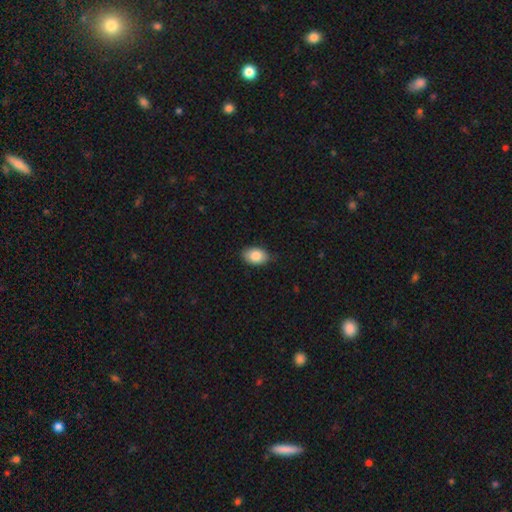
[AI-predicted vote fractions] A smooth galaxy with no disk features (85%) that is in between round and cigar-shaped (87%).

Vote fractions:
- Smooth or featured? smooth: 85% / featured or disk: 8% / star or artifact: 7%
- How rounded? in between: 87% / round: 12% / cigar-shaped: 1%
- Merging? none: 81% / minor disturbance: 16% / major disturbance: 2% / merger: 1%